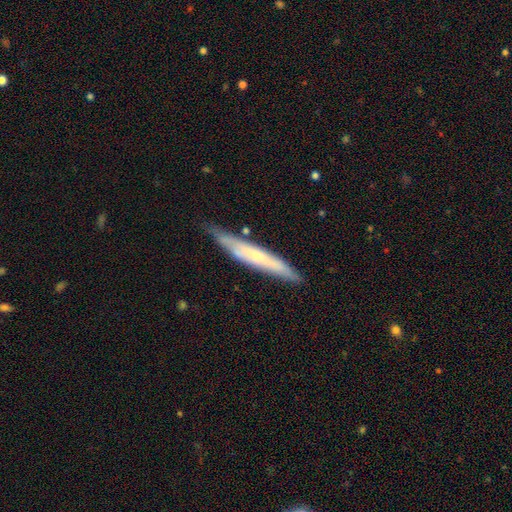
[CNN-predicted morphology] The model was most divided on "smooth or featured": featured or disk: 52%, smooth: 42%, star or artifact: 6%. More confident: edge-on disk — yes (82%); merging — none (74%).